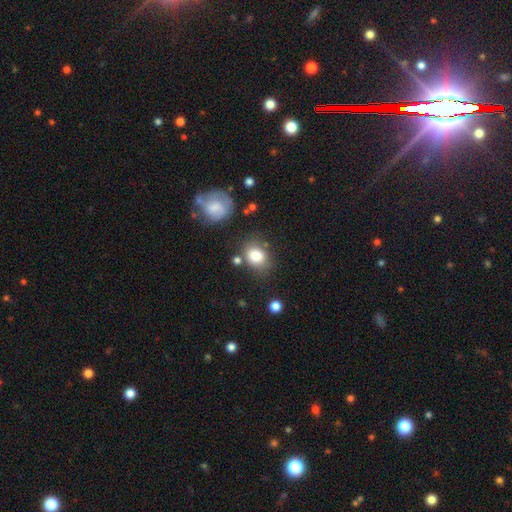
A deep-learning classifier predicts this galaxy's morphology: smooth-or-featured: smooth: 82% | star or artifact: 10% | featured or disk: 9%
  how-rounded: round: 51% | in between: 48% | cigar-shaped: 1%
  merging: none: 69% | minor disturbance: 17% | merger: 9% | major disturbance: 6%